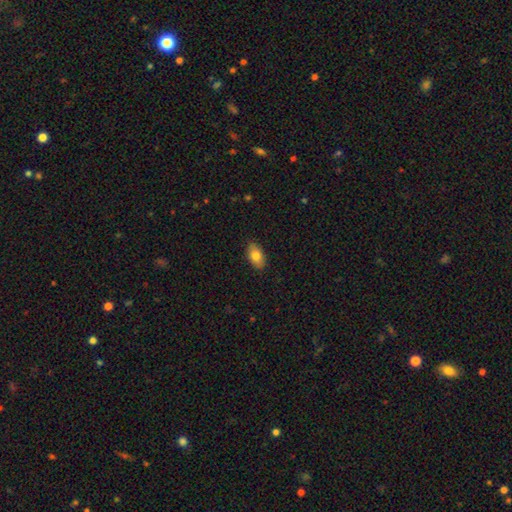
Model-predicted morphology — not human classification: Smooth or featured: smooth — 81% (featured or disk — 12%)
How rounded: in between — 91% (round — 6%)
Merging: none — 87% (minor disturbance — 10%)